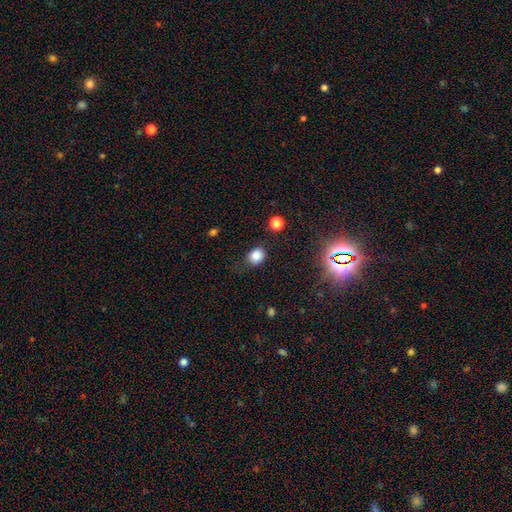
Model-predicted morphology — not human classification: Smooth or featured? Predicted: smooth (p=0.81). How rounded? Predicted: round (p=0.56). Merging? Predicted: none (p=0.74).